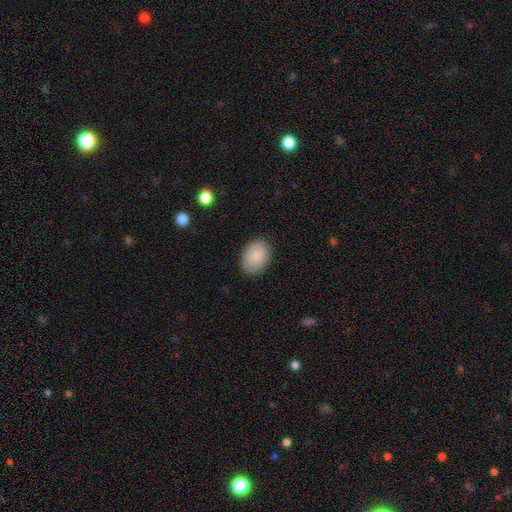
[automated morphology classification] Smooth or featured: smooth — 88% (star or artifact — 6%)
How rounded: in between — 78% (round — 21%)
Merging: none — 86% (minor disturbance — 11%)